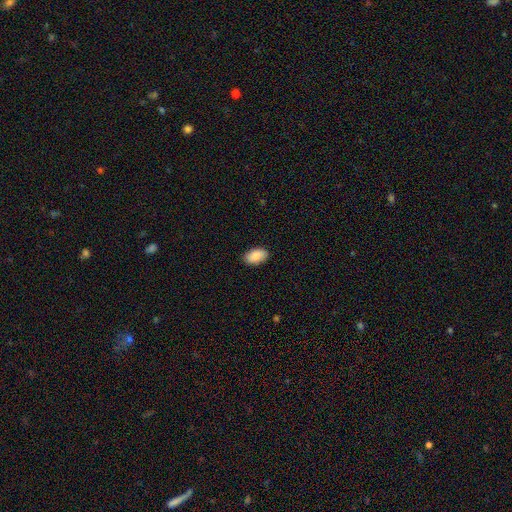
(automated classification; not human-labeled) Smooth or featured? smooth (87%)
How rounded? in between (94%)
Merging? none (88%)